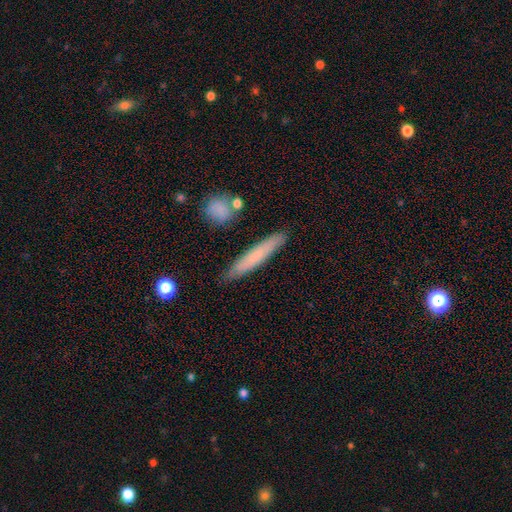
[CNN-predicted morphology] Q: Smooth or featured?
A: smooth (71%); runner-up: featured or disk (22%)
Q: How rounded?
A: cigar-shaped (92%); runner-up: in between (6%)
Q: Merging?
A: none (85%); runner-up: minor disturbance (10%)